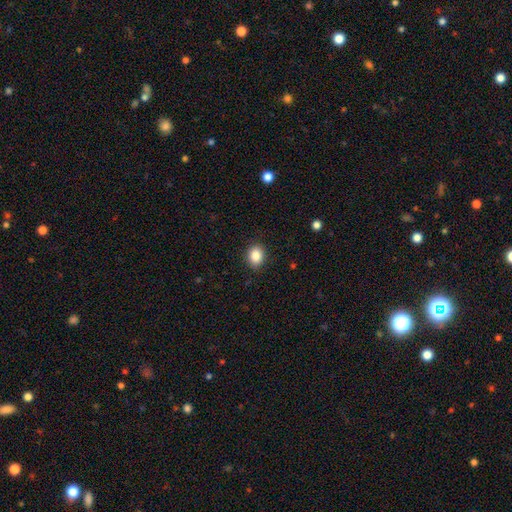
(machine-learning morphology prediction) smooth 87%, star or artifact 9%, featured or disk 4%. Down the decision tree: how rounded — in between (56%); merging — none (88%).